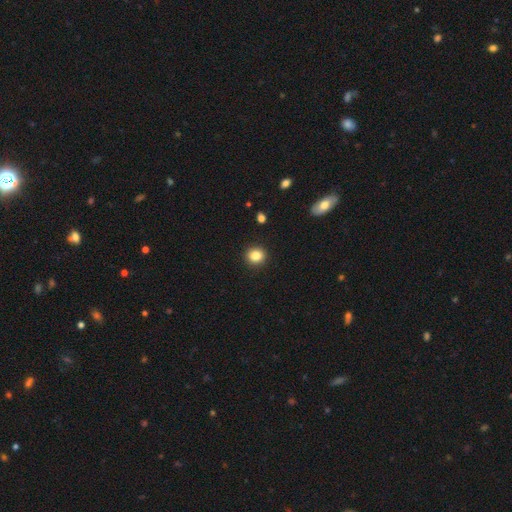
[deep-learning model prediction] Smooth or featured: smooth — 84% (star or artifact — 11%)
How rounded: round — 88% (in between — 11%)
Merging: none — 92% (minor disturbance — 5%)